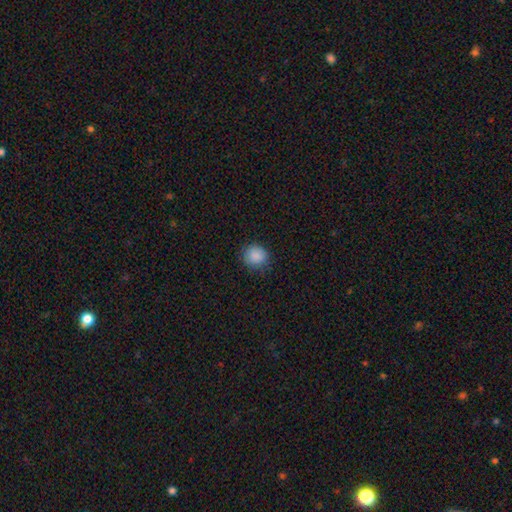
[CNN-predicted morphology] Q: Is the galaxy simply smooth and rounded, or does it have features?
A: smooth — 88%.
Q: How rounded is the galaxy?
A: round — 83%.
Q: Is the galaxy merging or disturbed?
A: none — 85%.